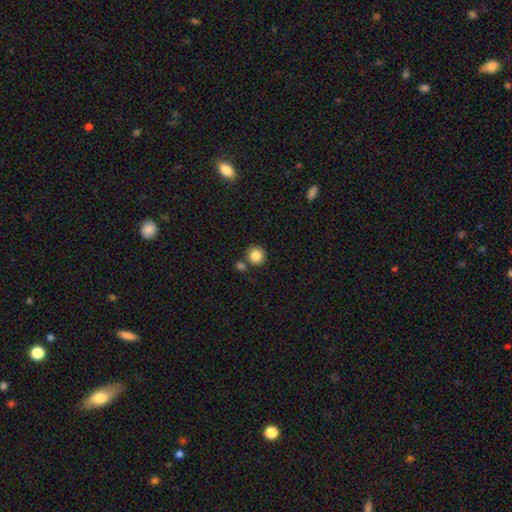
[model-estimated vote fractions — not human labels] The model was most divided on "merging": none: 76%, merger: 13%, minor disturbance: 8%, major disturbance: 3%. More confident: how rounded — round (92%); smooth or featured — smooth (85%).